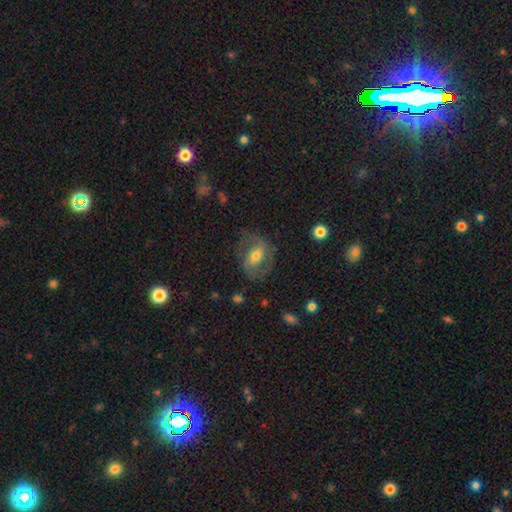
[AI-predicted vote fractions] smooth-or-featured: featured or disk: 66% | smooth: 24% | star or artifact: 10%
  disk-edge-on: no: 95% | yes: 5%
    bar: weak: 42% | strong: 29% | no: 29%
    has-spiral-arms: yes: 82% | no: 18%
      spiral-winding: medium: 49% | tight: 31% | loose: 20%
      spiral-arm-count: 2: 80% | can't tell: 12% | 1: 3% | 3: 2% | 4: 1% | more than 4: 1%
    bulge-size: moderate: 61% | small: 29% | large: 8% | none: 2% | dominant: 1%
  merging: none: 71% | minor disturbance: 16% | major disturbance: 11% | merger: 1%